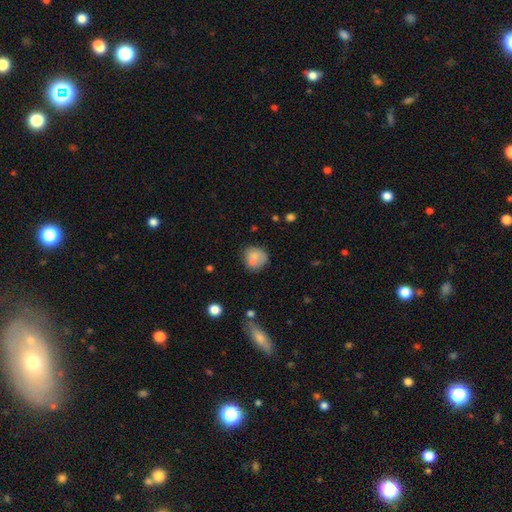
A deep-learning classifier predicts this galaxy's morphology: smooth-or-featured: smooth: 76% | featured or disk: 15% | star or artifact: 9%
  how-rounded: round: 77% | in between: 22% | cigar-shaped: 1%
  merging: none: 53% | merger: 22% | minor disturbance: 19% | major disturbance: 7%